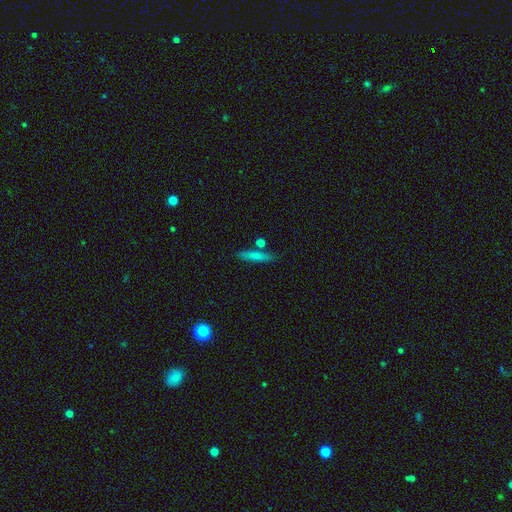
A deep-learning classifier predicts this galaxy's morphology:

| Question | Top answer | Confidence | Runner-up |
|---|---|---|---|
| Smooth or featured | smooth | 72% | featured or disk (20%) |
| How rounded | cigar-shaped | 85% | in between (12%) |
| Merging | none | 78% | minor disturbance (11%) |